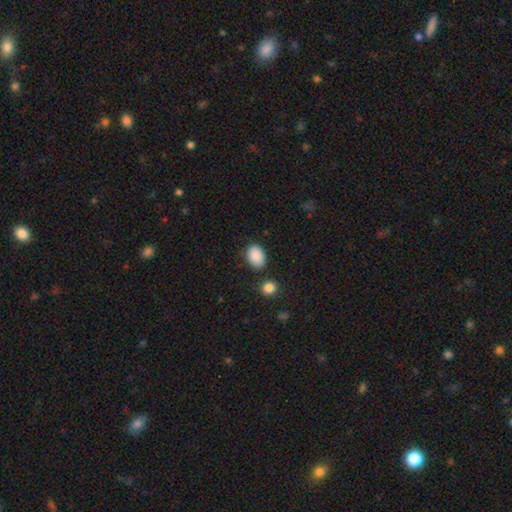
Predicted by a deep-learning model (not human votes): Overall: smooth (89%). How rounded: in between (78%). Merging: none (81%).